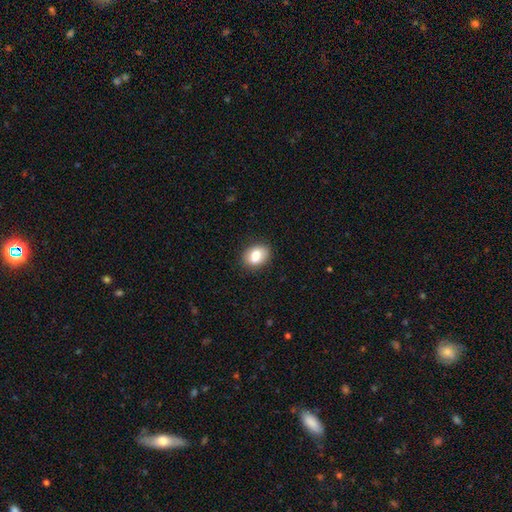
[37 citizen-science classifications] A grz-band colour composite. It shows a smooth galaxy with no disk features (81%) that is in between round and cigar-shaped (60%). Merging: none (81%).